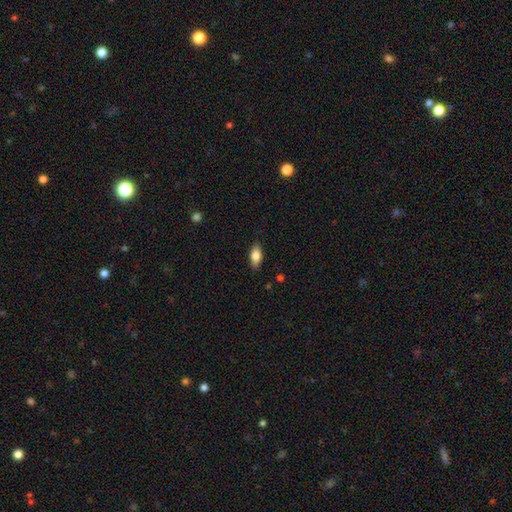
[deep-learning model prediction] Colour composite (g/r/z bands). It shows a smooth galaxy with no disk features (74%) that is in between round and cigar-shaped (85%). Merging: none (87%).